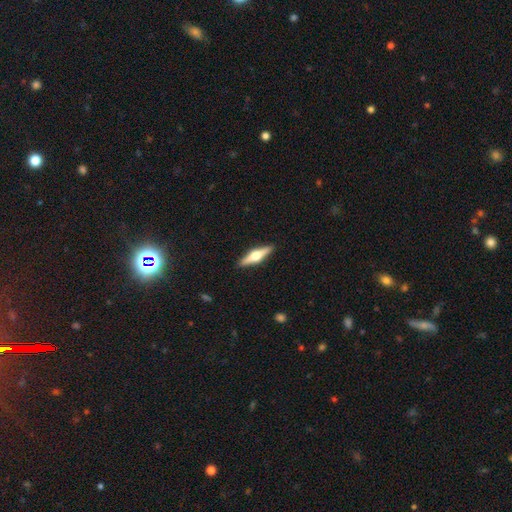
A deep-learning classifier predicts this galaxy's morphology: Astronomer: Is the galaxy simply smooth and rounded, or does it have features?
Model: featured or disk — 66%.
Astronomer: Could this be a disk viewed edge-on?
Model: yes — 97%.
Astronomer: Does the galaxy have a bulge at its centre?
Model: rounded — 95%.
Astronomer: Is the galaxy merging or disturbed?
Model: none — 91%.